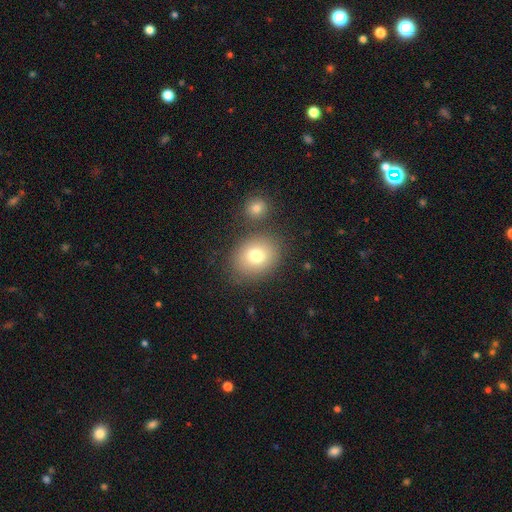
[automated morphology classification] smooth_or_featured: smooth (p=0.77) [alt: featured or disk p=0.12]
how_rounded: round (p=0.58) [alt: in between p=0.41]
merging: none (p=0.73) [alt: merger p=0.12]